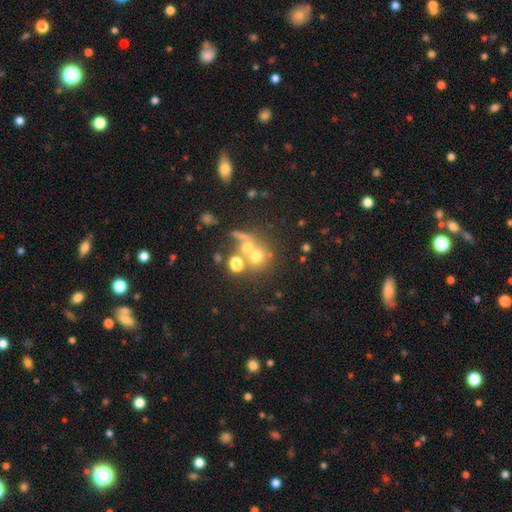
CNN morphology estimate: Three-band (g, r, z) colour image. It shows a smooth galaxy with no disk features (57%) that is round (83%). Merging: none (43%).